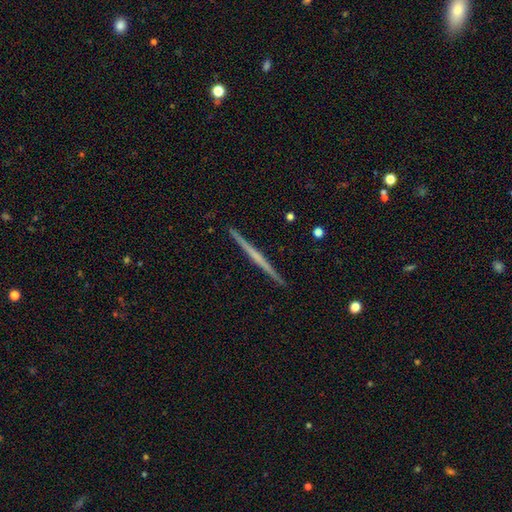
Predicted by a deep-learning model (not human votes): smooth_or_featured: featured or disk (p=0.67) [alt: smooth p=0.27]
disk_edge_on: yes (p=0.99) [alt: no p=0.01]
edge_on_bulge: none (p=0.77) [alt: rounded p=0.17]
merging: none (p=0.93) [alt: minor disturbance p=0.04]